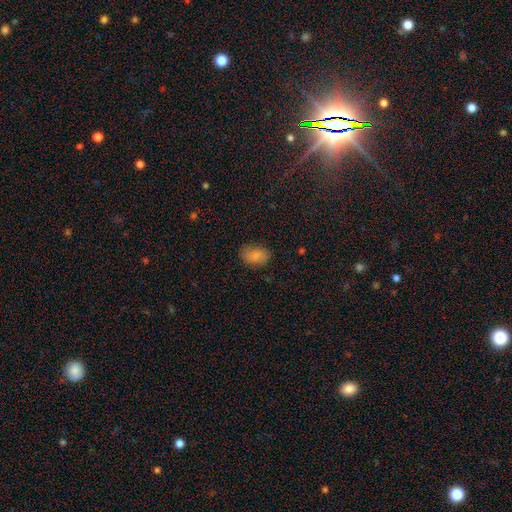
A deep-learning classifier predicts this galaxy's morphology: smooth-or-featured: smooth: 85% | star or artifact: 8% | featured or disk: 7%
  how-rounded: in between: 89% | round: 10% | cigar-shaped: 1%
  merging: none: 77% | minor disturbance: 18% | major disturbance: 4% | merger: 1%